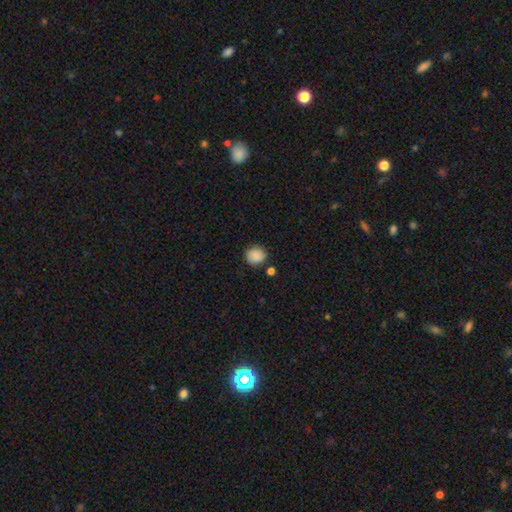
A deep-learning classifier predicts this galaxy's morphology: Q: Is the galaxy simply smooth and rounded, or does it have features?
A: smooth — 88%.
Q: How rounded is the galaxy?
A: round — 87%.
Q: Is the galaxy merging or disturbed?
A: none — 84%.